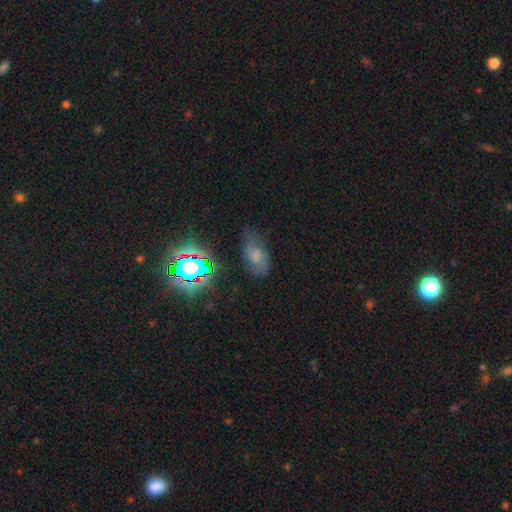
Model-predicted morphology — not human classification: This is possibly a smooth galaxy (47%). Merging: possibly none (52%).